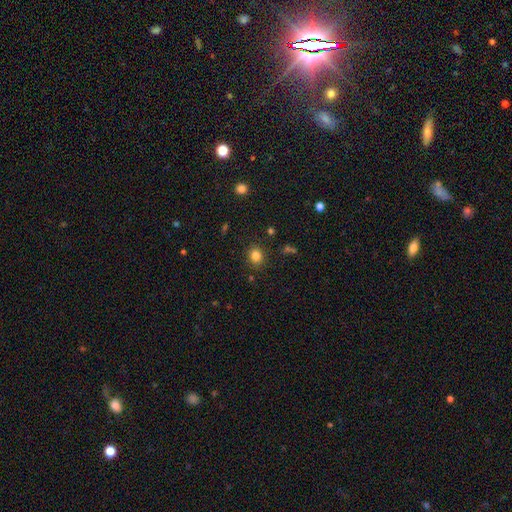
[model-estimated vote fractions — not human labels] A smooth galaxy with no disk features (82%) that is round (68%).

Vote fractions:
- Smooth or featured? smooth: 82% / star or artifact: 13% / featured or disk: 6%
- How rounded? round: 68% / in between: 32% / cigar-shaped: 1%
- Merging? none: 86% / minor disturbance: 9% / major disturbance: 3% / merger: 2%